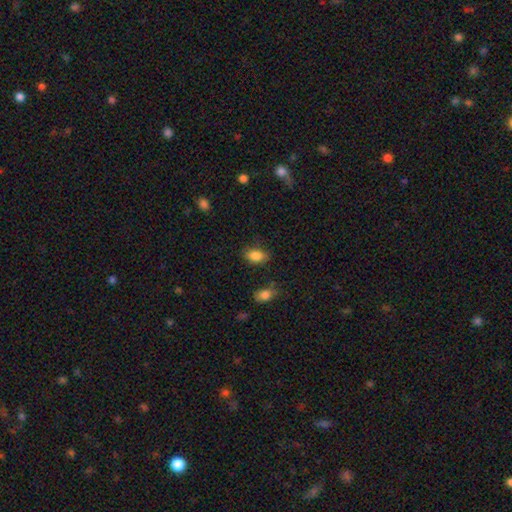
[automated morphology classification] Smooth or featured: smooth — 85% (star or artifact — 9%)
How rounded: in between — 86% (round — 12%)
Merging: none — 79% (minor disturbance — 14%)